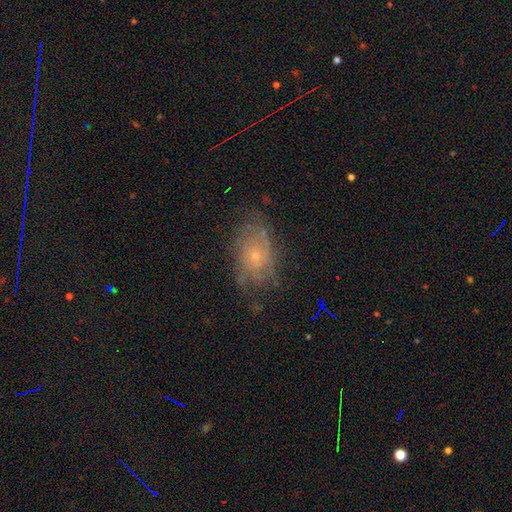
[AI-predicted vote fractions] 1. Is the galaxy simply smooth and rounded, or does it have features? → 61% featured or disk, 28% smooth, 10% star or artifact.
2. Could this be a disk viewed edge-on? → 95% no, 5% yes.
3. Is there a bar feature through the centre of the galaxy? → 80% no, 17% weak, 2% strong.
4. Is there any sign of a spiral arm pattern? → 78% yes, 22% no.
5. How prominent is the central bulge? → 71% small, 23% moderate, 4% none, 2% large, 1% dominant.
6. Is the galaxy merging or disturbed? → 64% none, 23% minor disturbance, 12% major disturbance, 2% merger.